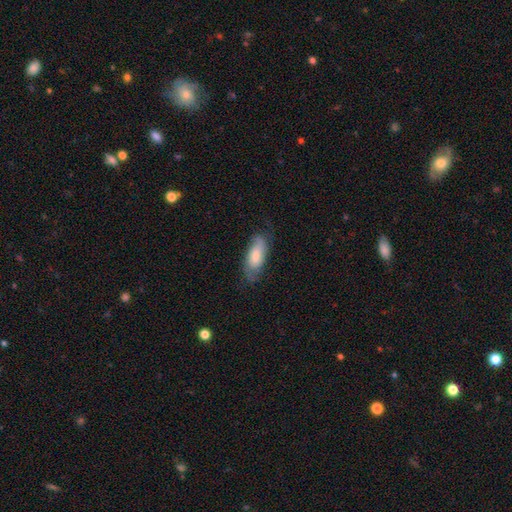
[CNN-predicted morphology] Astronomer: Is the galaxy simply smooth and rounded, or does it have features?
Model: smooth — 62%.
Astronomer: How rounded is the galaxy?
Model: in between — 79%.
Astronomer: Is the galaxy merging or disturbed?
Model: none — 64%.